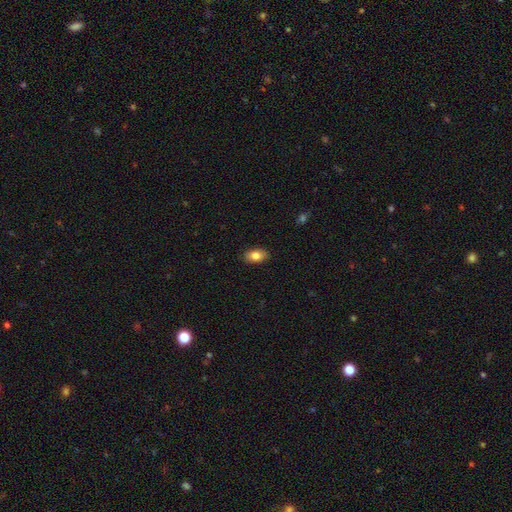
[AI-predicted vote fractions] A smooth galaxy with no disk features (83%) that is in between round and cigar-shaped (91%). Merging: none (89%).